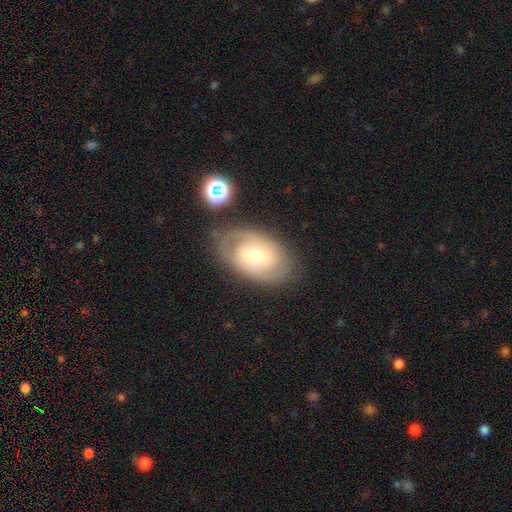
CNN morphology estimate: Smooth or featured?
  - featured or disk: 65% *
  - smooth: 27%
  - star or artifact: 8%
Edge-on disk?
  - no: 94% *
  - yes: 6%
Bar?
  - no: 59% *
  - weak: 33%
  - strong: 8%
Spiral arms?
  - yes: 81% *
  - no: 19%
Bulge size?
  - moderate: 54% *
  - small: 40%
  - large: 4%
  - dominant: 1%
  - none: 1%
Merging?
  - none: 75% *
  - minor disturbance: 16%
  - major disturbance: 6%
  - merger: 3%